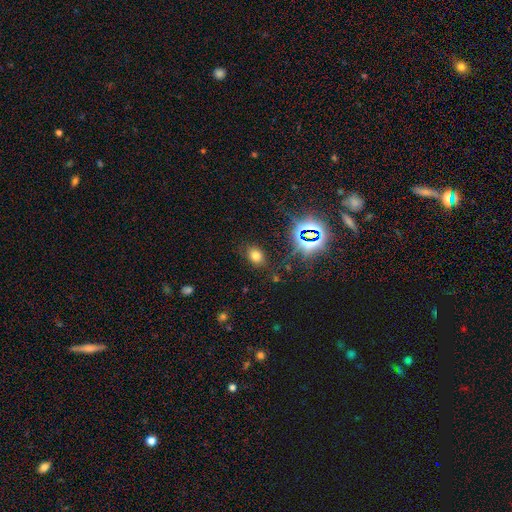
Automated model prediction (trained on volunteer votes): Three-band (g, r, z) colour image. It shows a smooth galaxy with no disk features (68%) that is in between round and cigar-shaped (64%). Merging: none (83%).